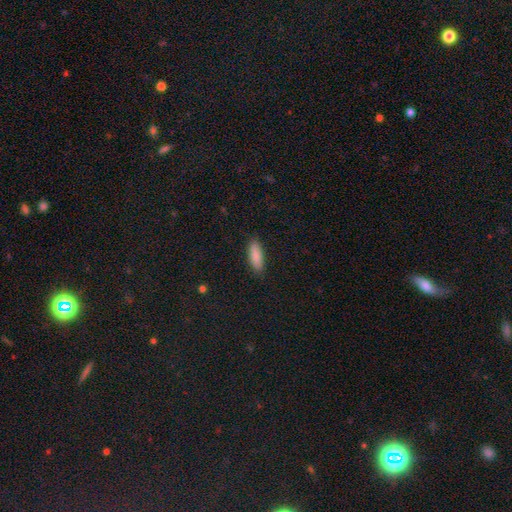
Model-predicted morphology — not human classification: A smooth galaxy with no disk features (87%) that is in between round and cigar-shaped (56%). Merging: none (88%).